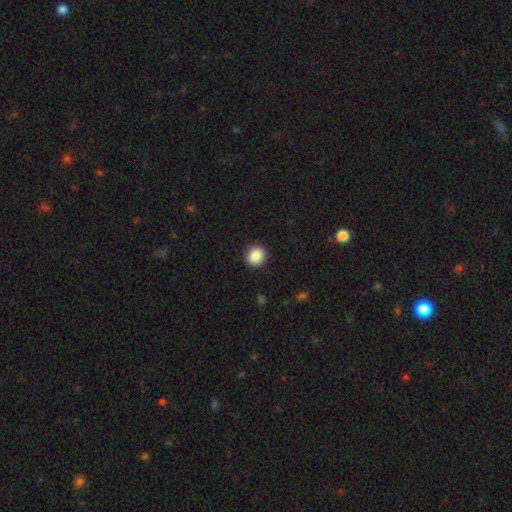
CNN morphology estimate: The model was most divided on "how rounded": round: 85%, in between: 14%, cigar-shaped: 1%. More confident: merging — none (91%); smooth or featured — smooth (88%).